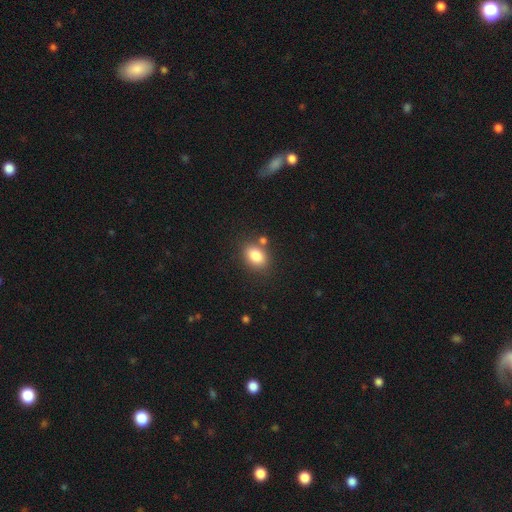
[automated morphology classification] smooth_or_featured: smooth (p=0.84) [alt: star or artifact p=0.09]
how_rounded: in between (p=0.73) [alt: round p=0.26]
merging: none (p=0.75) [alt: minor disturbance p=0.11]